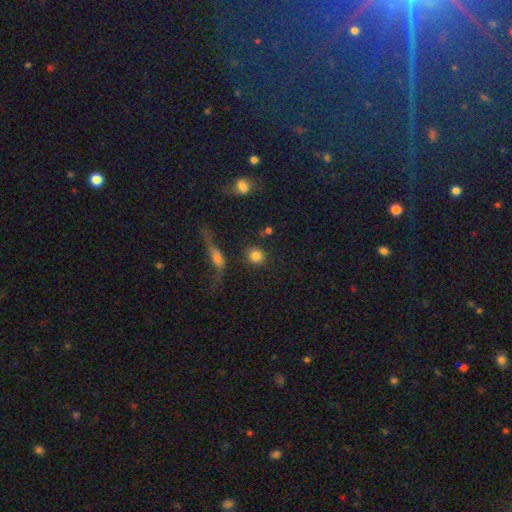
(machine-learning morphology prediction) type=smooth (83%); roundness=round (84%); merging=none (75%).